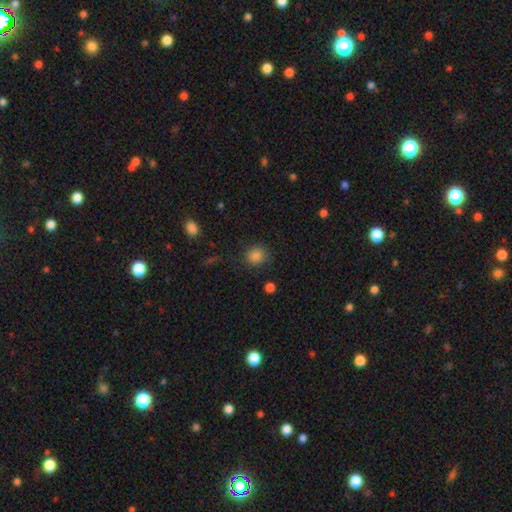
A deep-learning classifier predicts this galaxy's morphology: Smooth or featured? smooth (84%)
How rounded? round (81%)
Merging? none (83%)